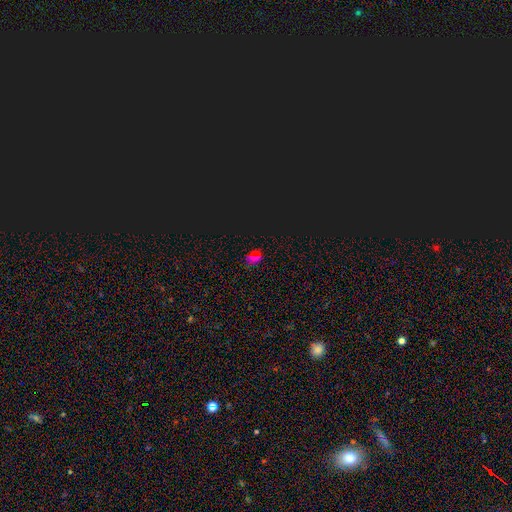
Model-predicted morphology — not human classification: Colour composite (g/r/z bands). It shows a star or artifact, not a galaxy (54%).